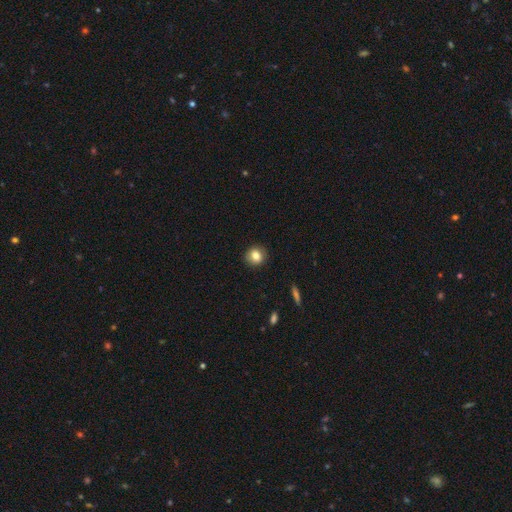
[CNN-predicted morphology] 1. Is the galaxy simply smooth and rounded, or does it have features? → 81% smooth, 10% featured or disk, 10% star or artifact.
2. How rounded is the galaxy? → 82% round, 17% in between, 1% cigar-shaped.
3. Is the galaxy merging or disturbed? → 89% none, 8% minor disturbance, 2% major disturbance, 1% merger.